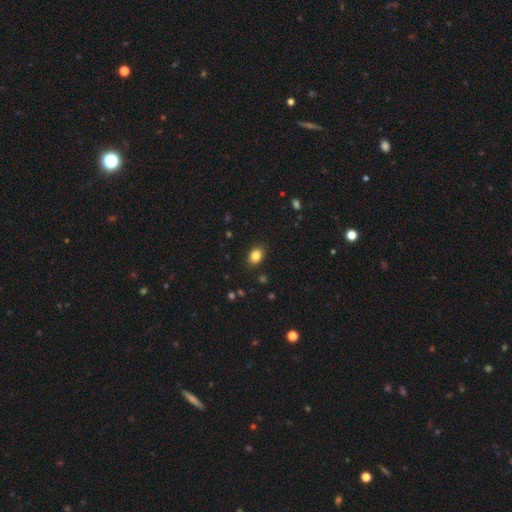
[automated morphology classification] This is clearly a smooth galaxy (85%). How rounded: likely in between (72%). Merging: clearly none (88%).